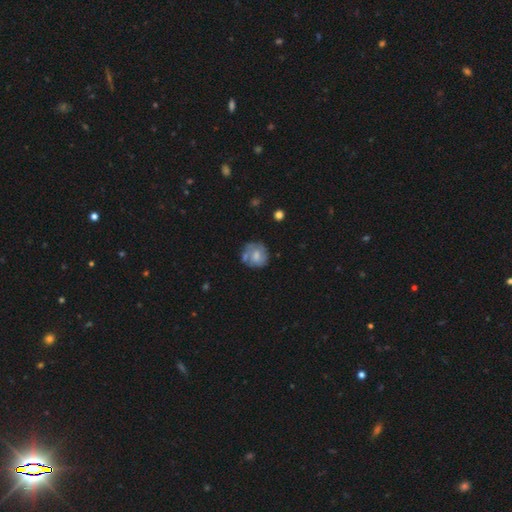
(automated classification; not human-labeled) A smooth galaxy with no disk features (53%) that is round (78%). Merging: none (53%).